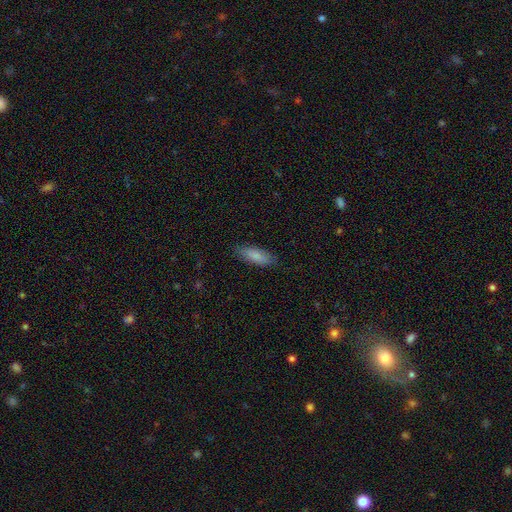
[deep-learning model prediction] smooth-or-featured: smooth: 83% | featured or disk: 11% | star or artifact: 6%
  how-rounded: in between: 58% | cigar-shaped: 40% | round: 2%
  merging: none: 84% | minor disturbance: 12% | major disturbance: 2% | merger: 1%